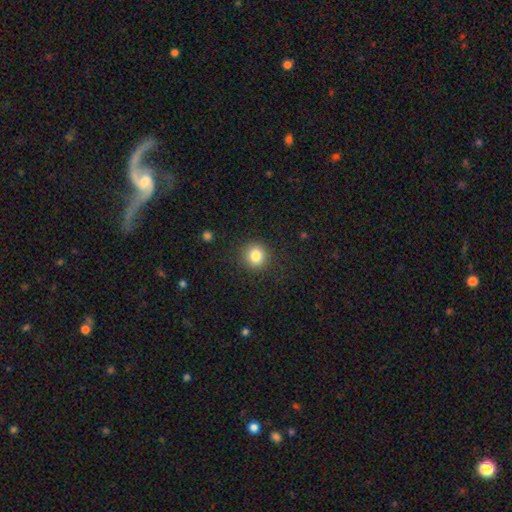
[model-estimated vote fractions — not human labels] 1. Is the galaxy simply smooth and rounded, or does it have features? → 83% smooth, 11% star or artifact, 6% featured or disk.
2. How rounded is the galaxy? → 89% round, 10% in between, 1% cigar-shaped.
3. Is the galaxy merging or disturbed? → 89% none, 7% minor disturbance, 3% major disturbance, 1% merger.